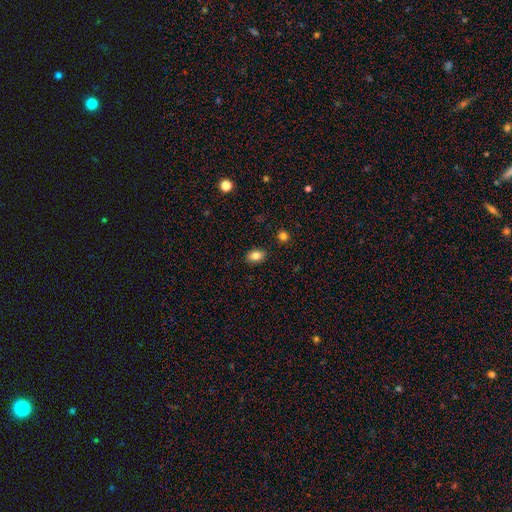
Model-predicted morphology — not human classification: This is clearly a smooth galaxy (83%). How rounded: clearly in between (81%). Merging: clearly none (88%).